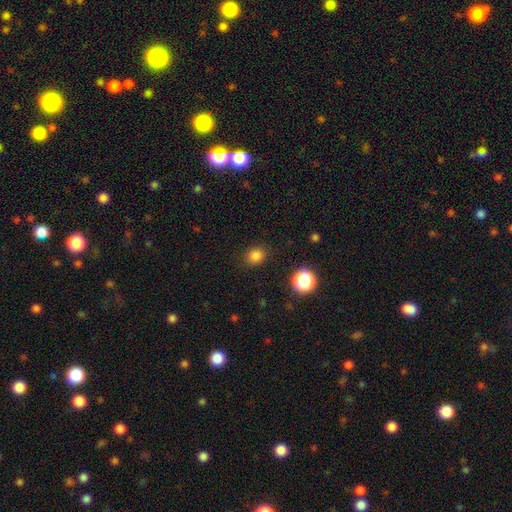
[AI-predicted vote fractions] Overall: smooth (82%). How rounded: round (67%; in between 32%). Merging: none (86%).